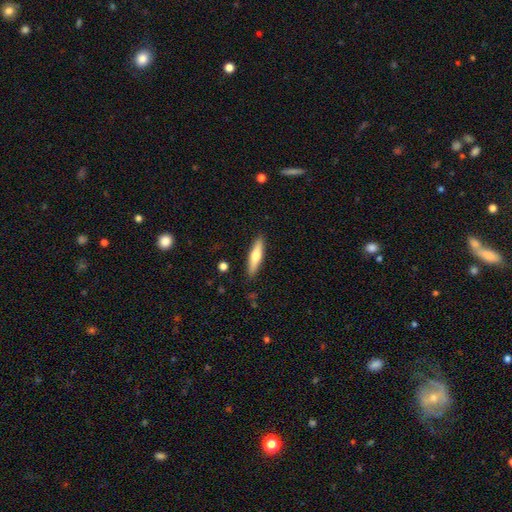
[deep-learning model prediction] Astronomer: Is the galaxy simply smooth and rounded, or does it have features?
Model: smooth — 55% (runner-up: featured or disk, 40%).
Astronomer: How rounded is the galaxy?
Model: cigar-shaped — 76%.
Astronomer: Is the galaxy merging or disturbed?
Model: none — 88%.